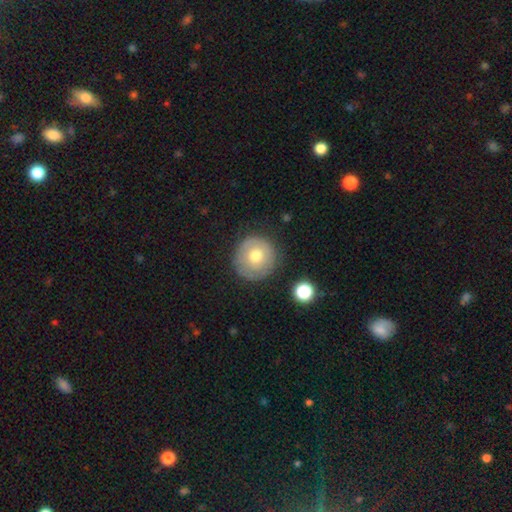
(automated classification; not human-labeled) Morphology: type=smooth (66%); roundness=round (95%); merging=none (82%).